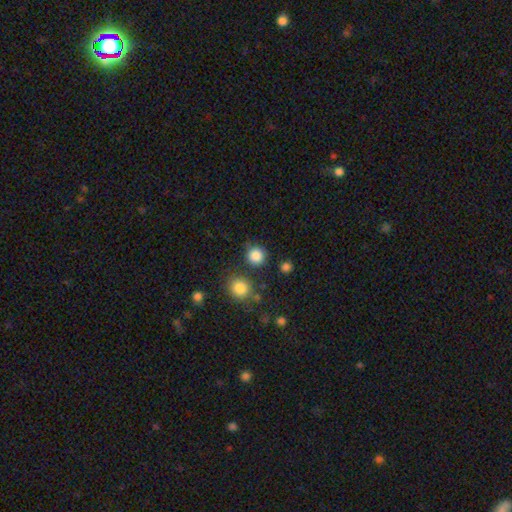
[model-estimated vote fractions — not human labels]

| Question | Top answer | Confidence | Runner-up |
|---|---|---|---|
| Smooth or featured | smooth | 85% | star or artifact (11%) |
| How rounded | round | 92% | in between (7%) |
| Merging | none | 81% | minor disturbance (10%) |